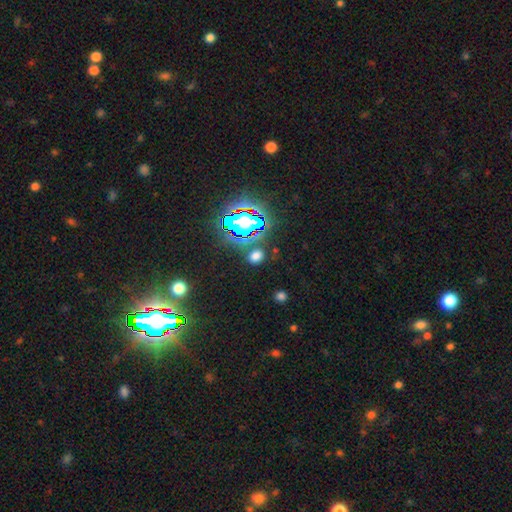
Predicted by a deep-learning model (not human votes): Morphology: type=smooth (59%); roundness=in between (55%); merging=none (81%).